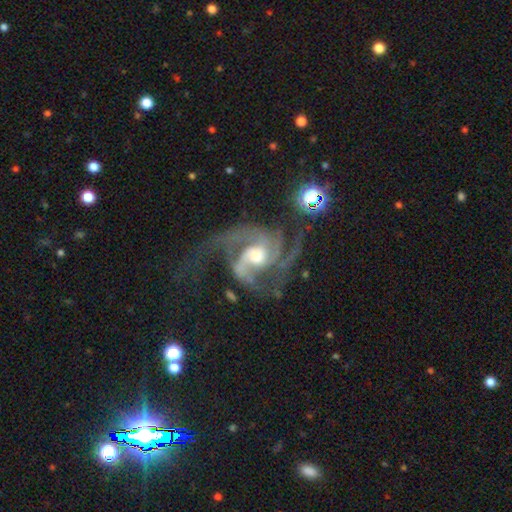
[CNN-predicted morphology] A featured or disk galaxy (90%) with no bar (55%), 3 (35%) medium (55%) spiral arms (98%) and a moderate central bulge (65%). Merging: none (48%).